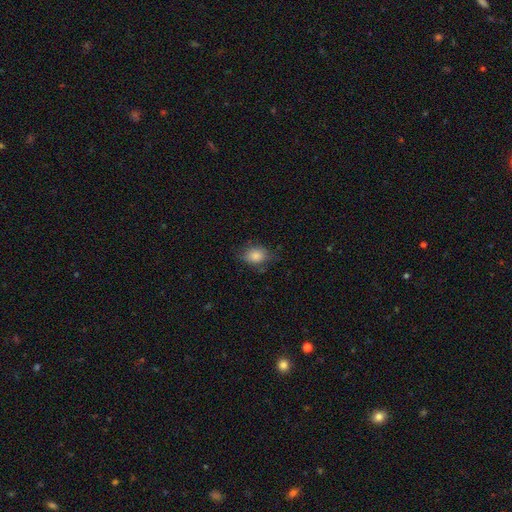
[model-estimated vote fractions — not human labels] A smooth galaxy with no disk features (83%) that is in between round and cigar-shaped (62%).

Vote fractions:
- Smooth or featured? smooth: 83% / featured or disk: 9% / star or artifact: 8%
- How rounded? in between: 62% / round: 37% / cigar-shaped: 1%
- Merging? none: 66% / minor disturbance: 25% / major disturbance: 8% / merger: 1%